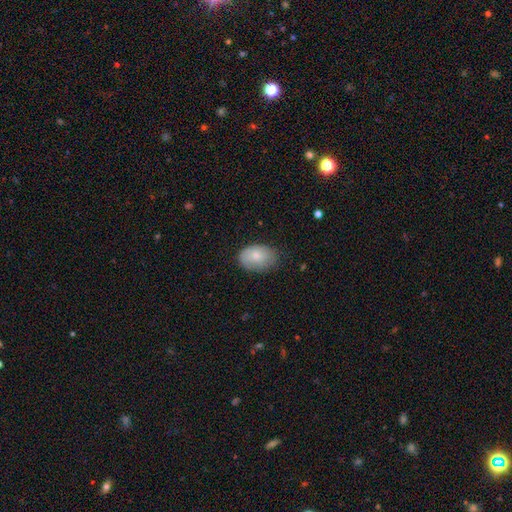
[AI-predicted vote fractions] Smooth or featured? Predicted: smooth (p=0.80). How rounded? Predicted: in between (p=0.84). Merging? Predicted: none (p=0.68).